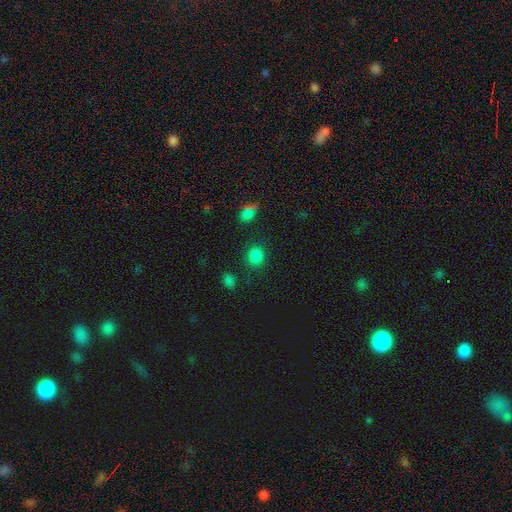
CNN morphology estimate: A smooth galaxy with no disk features (80%) that is round (80%). Merging: none (83%).